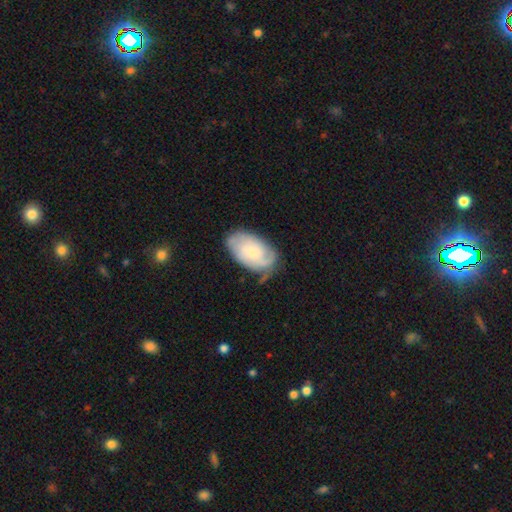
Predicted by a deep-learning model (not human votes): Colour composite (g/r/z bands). It shows a featured or disk galaxy (59%) with no bar (70%), spiral arms (87%) and a small central bulge (62%). Merging: none (59%).